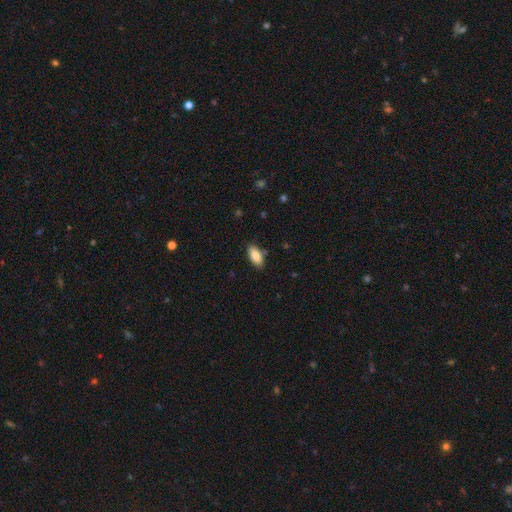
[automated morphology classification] Smooth or featured: smooth — 85% (featured or disk — 8%)
How rounded: in between — 90% (cigar-shaped — 8%)
Merging: none — 85% (minor disturbance — 11%)